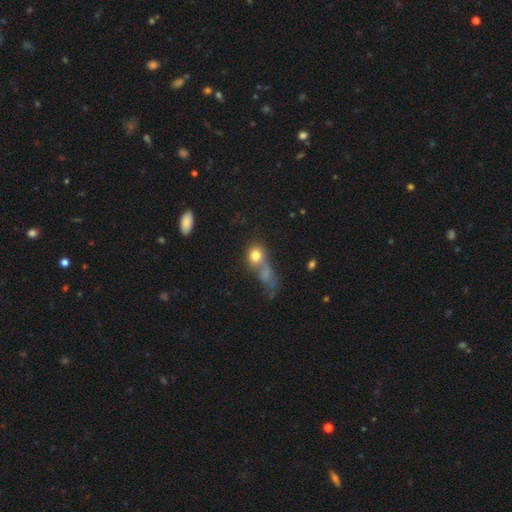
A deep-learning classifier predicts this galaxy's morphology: Smooth or featured?
  - smooth: 75% *
  - featured or disk: 14%
  - star or artifact: 12%
How rounded?
  - round: 70% *
  - in between: 27%
  - cigar-shaped: 3%
Merging?
  - merger: 46% *
  - none: 32%
  - major disturbance: 12%
  - minor disturbance: 11%